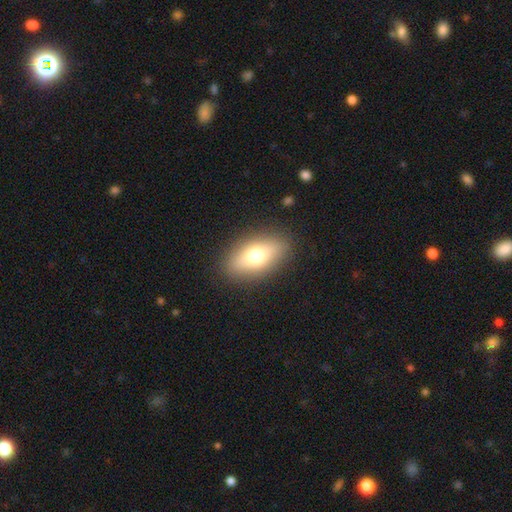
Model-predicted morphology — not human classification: smooth_or_featured: smooth (p=0.72) [alt: featured or disk p=0.20]
how_rounded: in between (p=0.86) [alt: cigar-shaped p=0.07]
merging: none (p=0.87) [alt: minor disturbance p=0.09]